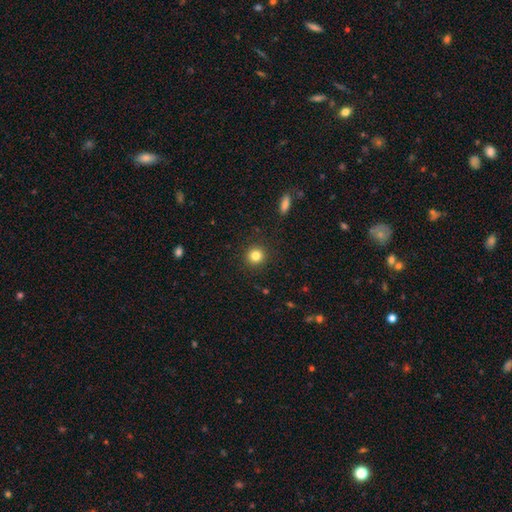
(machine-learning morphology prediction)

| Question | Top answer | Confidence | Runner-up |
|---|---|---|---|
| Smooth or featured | smooth | 83% | star or artifact (11%) |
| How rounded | round | 93% | in between (6%) |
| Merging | none | 91% | minor disturbance (5%) |